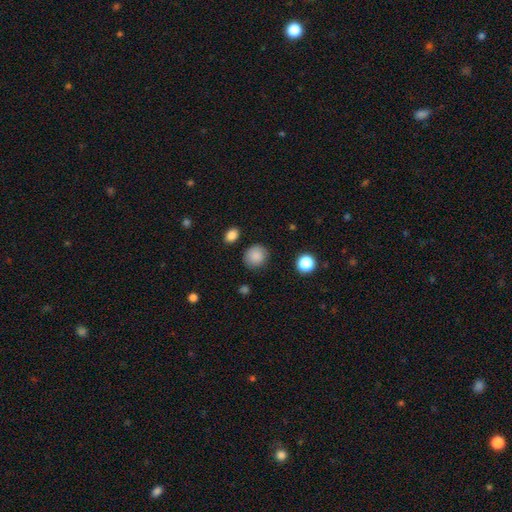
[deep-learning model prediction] Morphology: type=smooth (87%); roundness=round (85%); merging=none (83%).